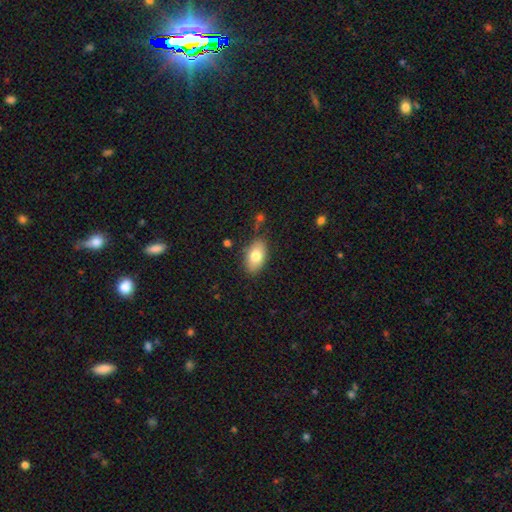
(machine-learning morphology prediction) smooth 78%, featured or disk 15%, star or artifact 7%. Down the decision tree: how rounded — in between (91%); merging — none (80%).